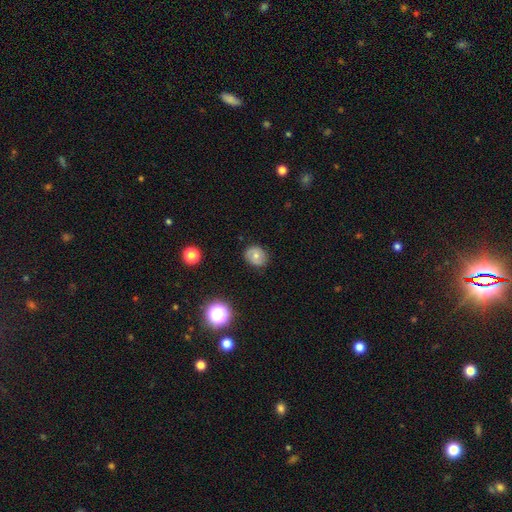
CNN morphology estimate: smooth-or-featured: smooth: 65% | featured or disk: 22% | star or artifact: 13%
  how-rounded: round: 63% | in between: 36% | cigar-shaped: 1%
  merging: none: 83% | minor disturbance: 13% | major disturbance: 3% | merger: 1%